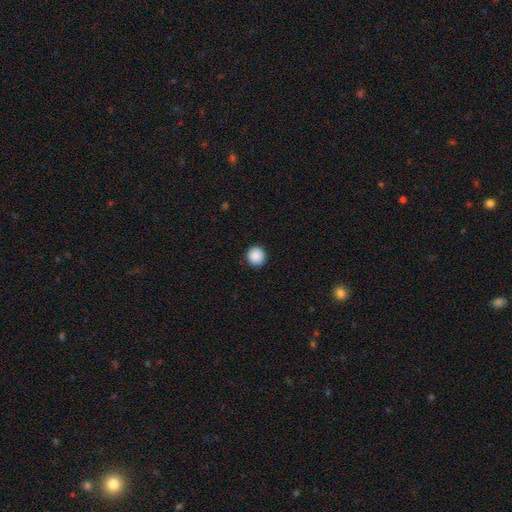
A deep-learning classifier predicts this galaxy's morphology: smooth 89%, star or artifact 8%, featured or disk 3%. Down the decision tree: how rounded — round (94%); merging — none (92%).